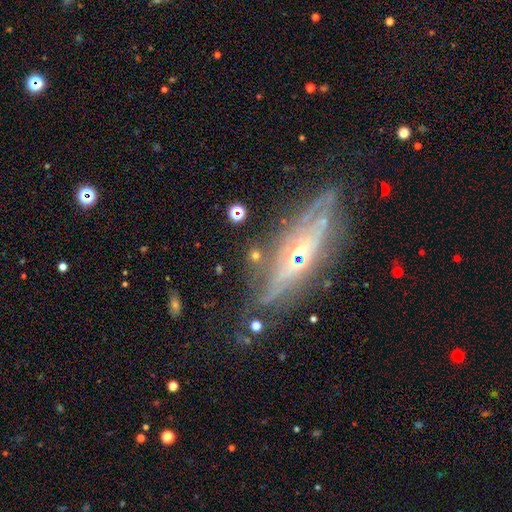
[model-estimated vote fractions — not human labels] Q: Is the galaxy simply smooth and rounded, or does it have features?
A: smooth — 39%.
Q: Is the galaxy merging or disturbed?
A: none — 73%.